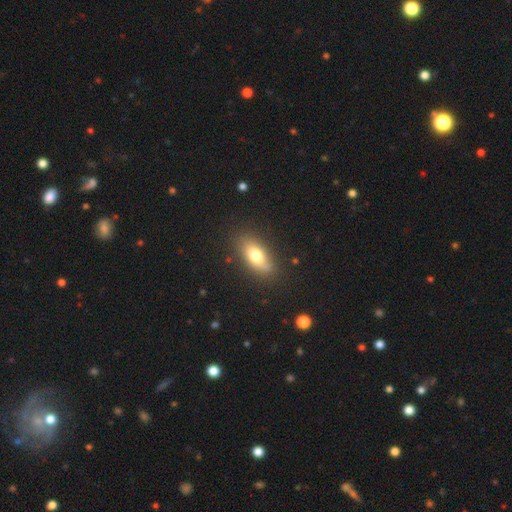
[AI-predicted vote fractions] Overall: smooth (69%). How rounded: in between (81%). Merging: none (80%).